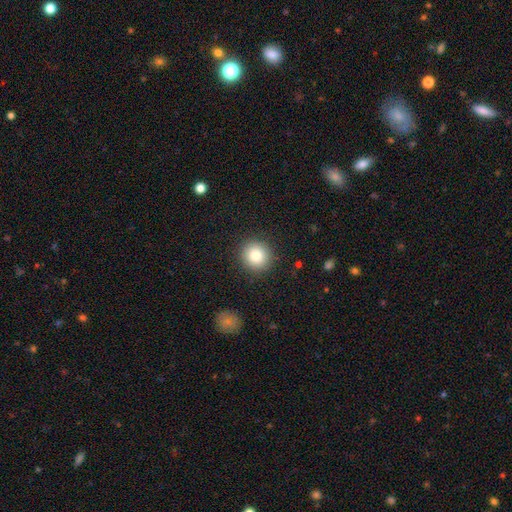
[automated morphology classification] A smooth galaxy with no disk features (84%) that is round (91%).

Vote fractions:
- Smooth or featured? smooth: 84% / star or artifact: 9% / featured or disk: 7%
- How rounded? round: 91% / in between: 8% / cigar-shaped: 1%
- Merging? none: 90% / minor disturbance: 7% / major disturbance: 2% / merger: 1%